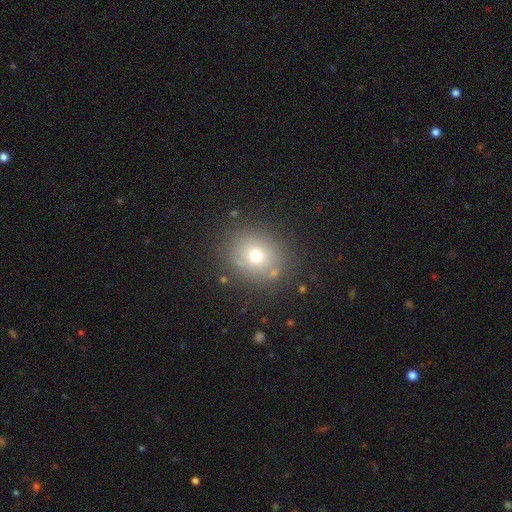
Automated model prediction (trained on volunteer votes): This appears to be a smooth galaxy with no disk features (68%) that is round (79%). Merging: none (82%).